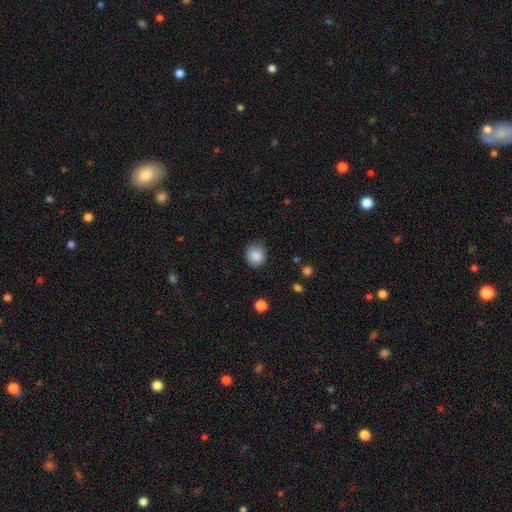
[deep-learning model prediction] Smooth or featured?
  - smooth: 85% *
  - star or artifact: 9%
  - featured or disk: 6%
How rounded?
  - round: 74% *
  - in between: 25%
  - cigar-shaped: 1%
Merging?
  - none: 76% *
  - minor disturbance: 20%
  - major disturbance: 4%
  - merger: 1%